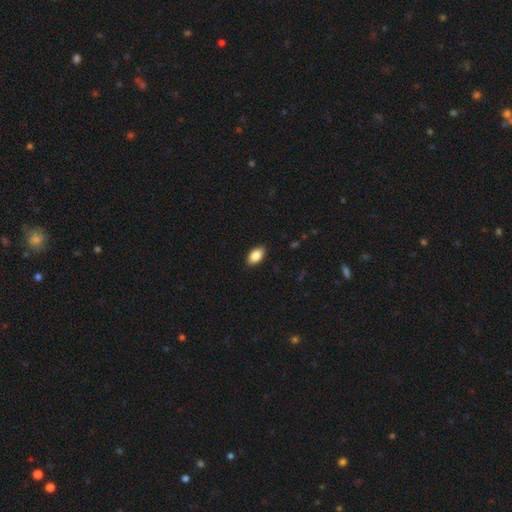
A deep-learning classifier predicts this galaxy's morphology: smooth 87%, star or artifact 7%, featured or disk 6%. Down the decision tree: how rounded — in between (93%); merging — none (89%).